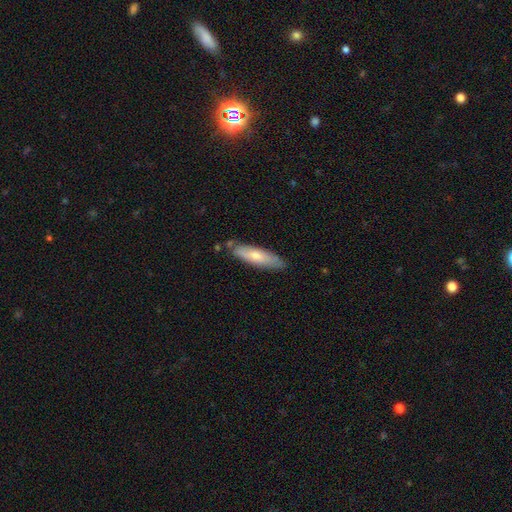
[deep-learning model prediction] Q: Smooth or featured?
A: smooth (63%); runner-up: featured or disk (31%)
Q: How rounded?
A: cigar-shaped (69%); runner-up: in between (29%)
Q: Merging?
A: none (78%); runner-up: minor disturbance (16%)